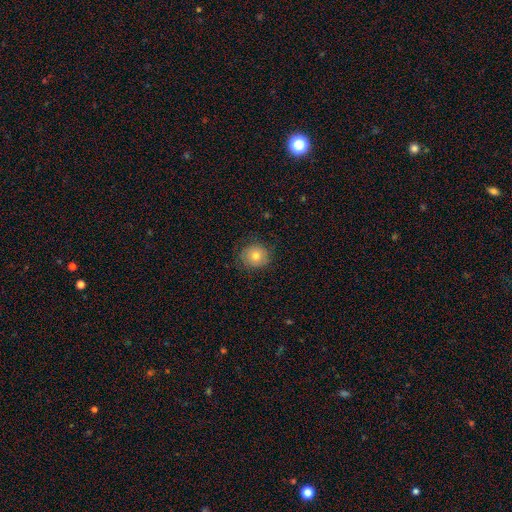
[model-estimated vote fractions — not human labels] Smooth or featured? Predicted: smooth (p=0.75). How rounded? Predicted: round (p=0.82). Merging? Predicted: none (p=0.81).